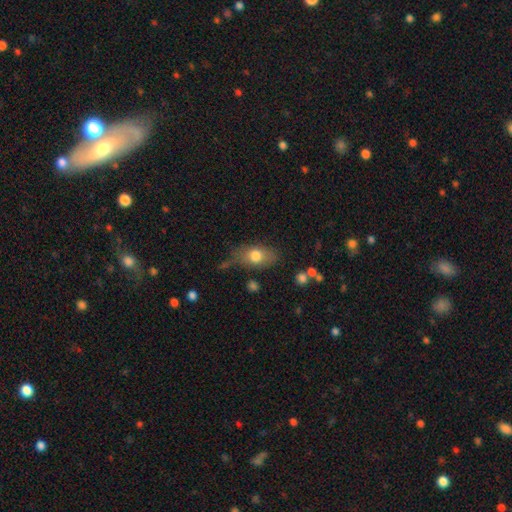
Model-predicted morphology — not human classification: A smooth galaxy with no disk features (74%) that is in between round and cigar-shaped (81%).

Vote fractions:
- Smooth or featured? smooth: 74% / featured or disk: 18% / star or artifact: 8%
- How rounded? in between: 81% / round: 14% / cigar-shaped: 5%
- Merging? none: 52% / minor disturbance: 28% / major disturbance: 14% / merger: 6%